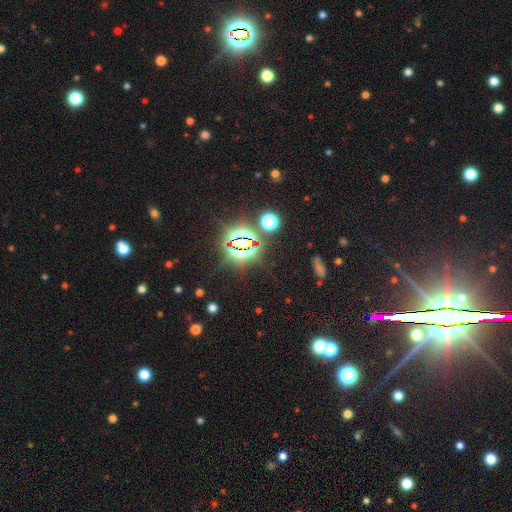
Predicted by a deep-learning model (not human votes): Q: Smooth or featured?
A: star or artifact (80%); runner-up: smooth (12%)